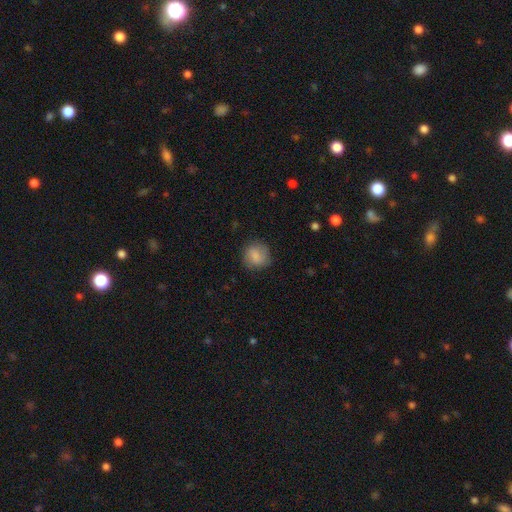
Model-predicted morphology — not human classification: This appears to be a smooth galaxy with no disk features (80%) that is round (85%). Merging: none (81%).